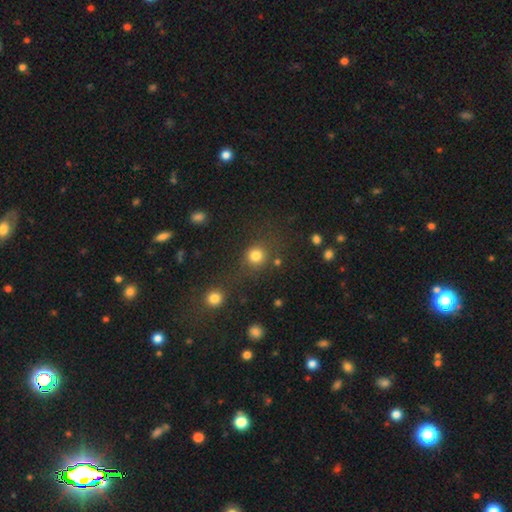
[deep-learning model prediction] A smooth galaxy with no disk features (81%) that is round (89%). Merging: none (71%).